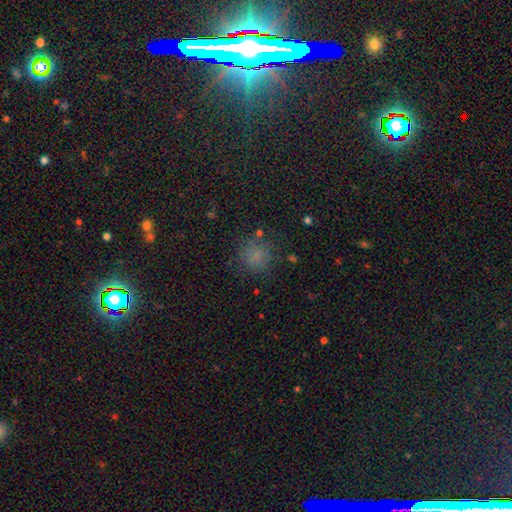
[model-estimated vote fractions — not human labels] Smooth or featured?
  - smooth: 71% *
  - star or artifact: 21%
  - featured or disk: 8%
How rounded?
  - round: 88% *
  - in between: 11%
  - cigar-shaped: 1%
Merging?
  - none: 78% *
  - minor disturbance: 14%
  - major disturbance: 6%
  - merger: 3%